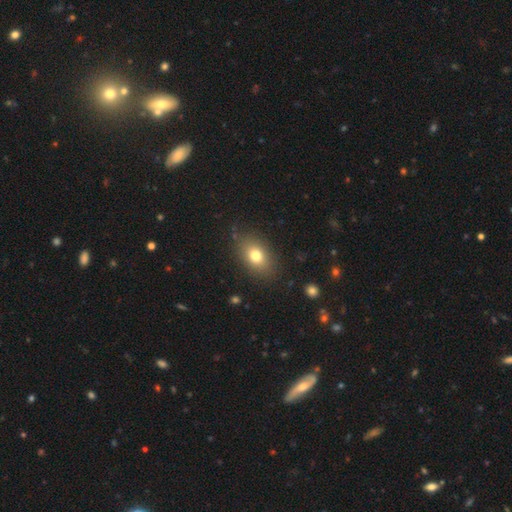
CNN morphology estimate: smooth_or_featured: smooth (p=0.76) [alt: featured or disk p=0.13]
how_rounded: in between (p=0.77) [alt: round p=0.21]
merging: none (p=0.83) [alt: minor disturbance p=0.11]